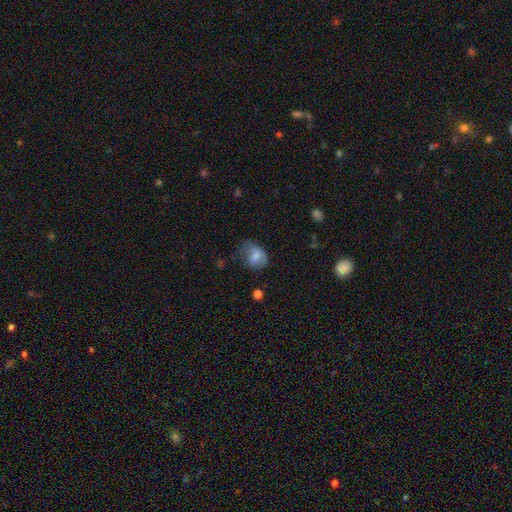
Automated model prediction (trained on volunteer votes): Morphology: type=smooth (69%); roundness=in between (63%); merging=none (41%).